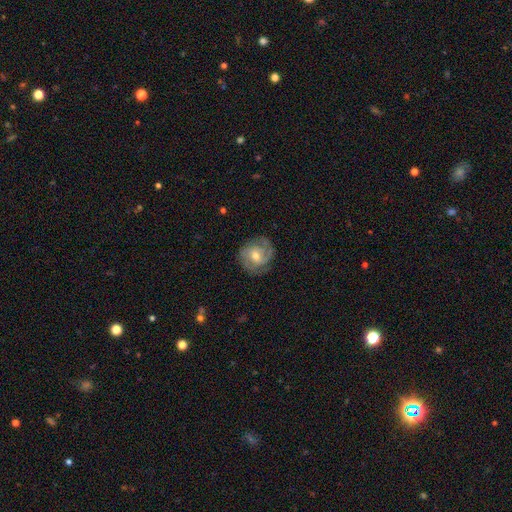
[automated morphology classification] Q: Smooth or featured?
A: featured or disk (71%); runner-up: smooth (23%)
Q: Edge-on disk?
A: no (97%); runner-up: yes (3%)
Q: Bar?
A: no (60%); runner-up: weak (33%)
Q: Spiral arms?
A: yes (88%); runner-up: no (12%)
Q: Spiral winding?
A: tight (49%); runner-up: medium (39%)
Q: Spiral arm count?
A: 2 (50%); runner-up: can't tell (22%)
Q: Bulge size?
A: moderate (60%); runner-up: small (35%)
Q: Merging?
A: none (72%); runner-up: minor disturbance (19%)